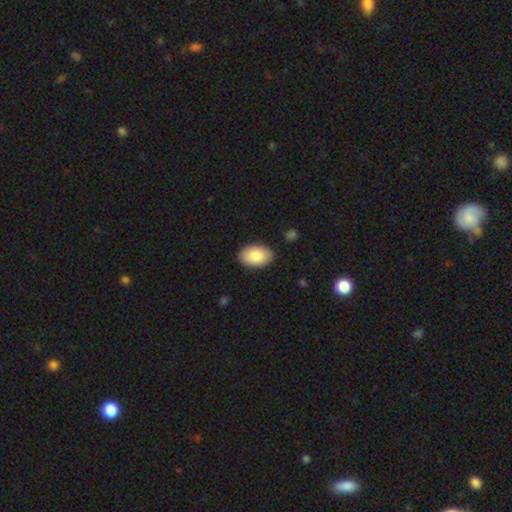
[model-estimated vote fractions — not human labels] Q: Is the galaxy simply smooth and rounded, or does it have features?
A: smooth — 85%.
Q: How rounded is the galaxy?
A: in between — 91%.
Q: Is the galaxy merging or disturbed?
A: none — 87%.